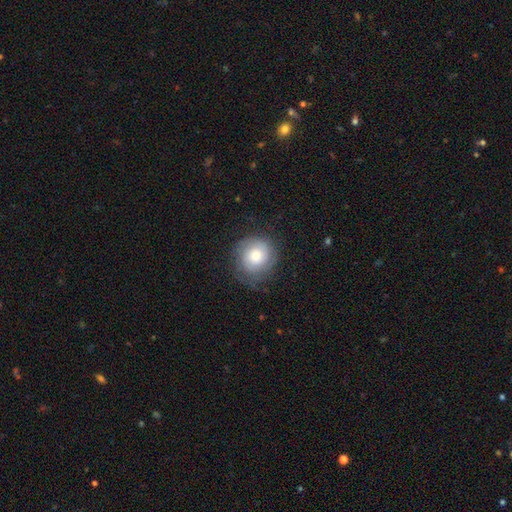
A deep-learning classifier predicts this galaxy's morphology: This appears to be a featured or disk galaxy (50%). Merging: none (75%).